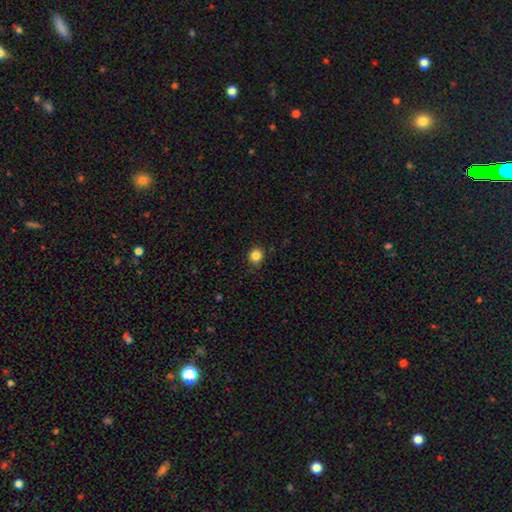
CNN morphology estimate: Smooth or featured?
  - smooth: 85% *
  - star or artifact: 11%
  - featured or disk: 4%
How rounded?
  - round: 87% *
  - in between: 12%
  - cigar-shaped: 1%
Merging?
  - none: 88% *
  - minor disturbance: 9%
  - major disturbance: 2%
  - merger: 1%